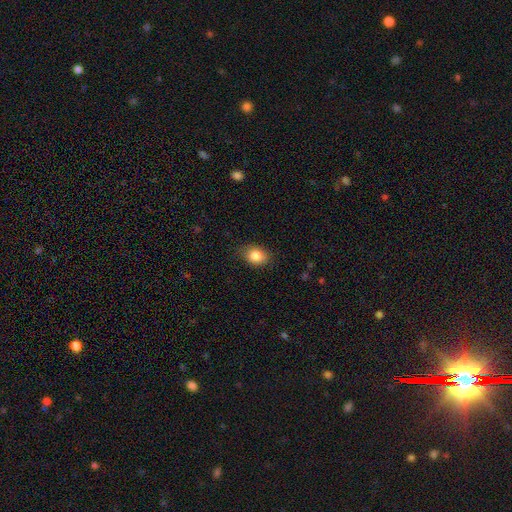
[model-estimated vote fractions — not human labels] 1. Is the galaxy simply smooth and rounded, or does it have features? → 85% smooth, 9% star or artifact, 7% featured or disk.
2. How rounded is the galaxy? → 67% in between, 31% round, 1% cigar-shaped.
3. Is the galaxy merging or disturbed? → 82% none, 14% minor disturbance, 3% major disturbance, 1% merger.